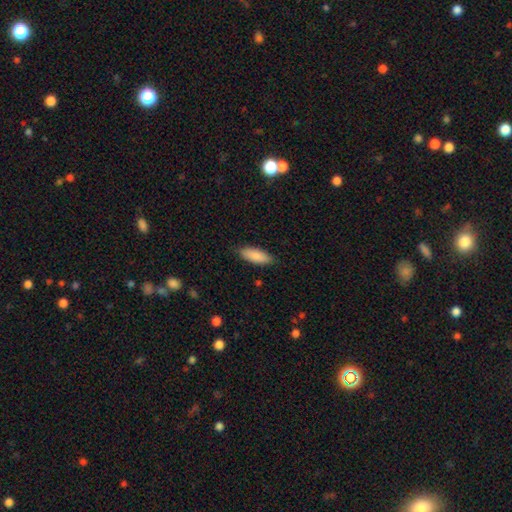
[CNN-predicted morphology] type=smooth (89%); roundness=in between (71%); merging=none (86%).